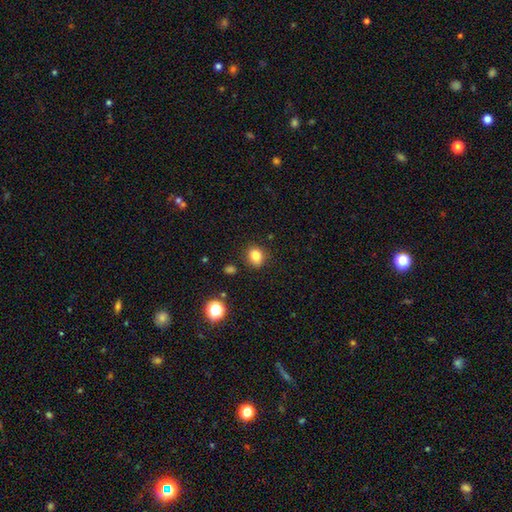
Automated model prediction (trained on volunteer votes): Smooth or featured?
  - smooth: 82% *
  - star or artifact: 12%
  - featured or disk: 6%
How rounded?
  - round: 65% *
  - in between: 34%
  - cigar-shaped: 1%
Merging?
  - none: 85% *
  - minor disturbance: 10%
  - major disturbance: 3%
  - merger: 2%